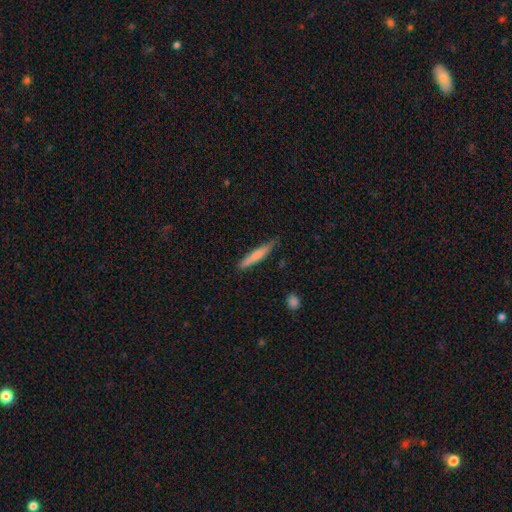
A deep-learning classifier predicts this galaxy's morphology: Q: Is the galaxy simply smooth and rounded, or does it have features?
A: smooth — 72%.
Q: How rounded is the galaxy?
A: cigar-shaped — 94%.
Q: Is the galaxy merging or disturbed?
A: none — 84%.